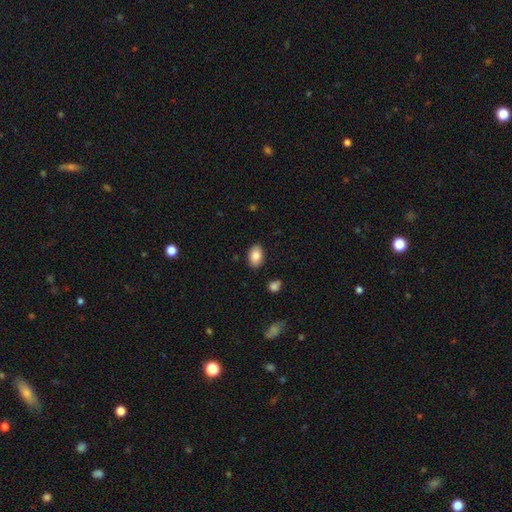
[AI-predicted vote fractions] The model was most divided on "smooth or featured": smooth: 85%, featured or disk: 8%, star or artifact: 7%. More confident: how rounded — in between (89%); merging — none (88%).